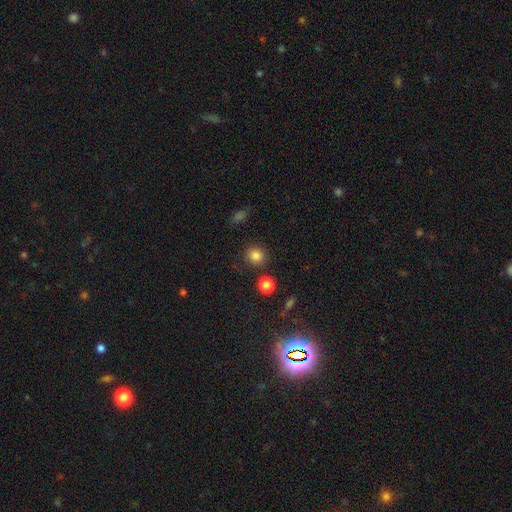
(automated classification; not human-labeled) This is clearly a smooth galaxy (83%). How rounded: clearly round (87%). Merging: clearly none (83%).